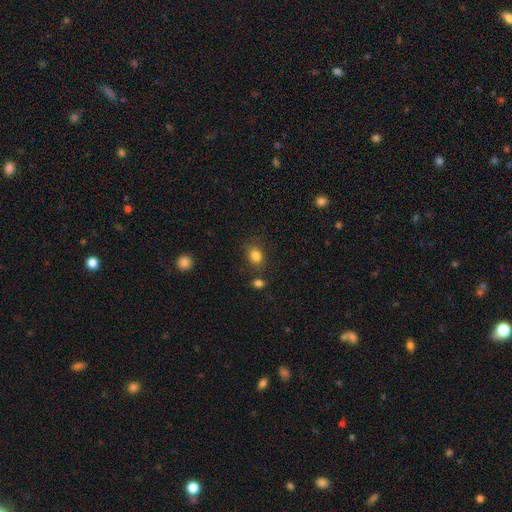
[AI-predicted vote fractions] Q: Smooth or featured?
A: smooth (83%); runner-up: star or artifact (11%)
Q: How rounded?
A: in between (58%); runner-up: round (41%)
Q: Merging?
A: none (74%); runner-up: minor disturbance (16%)